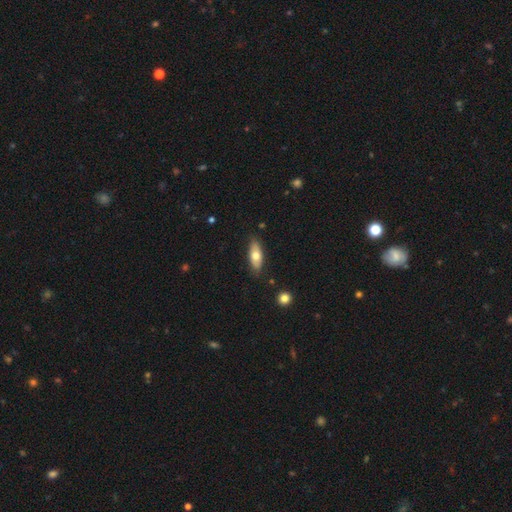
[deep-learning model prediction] Smooth or featured? smooth (67%)
How rounded? in between (74%)
Merging? none (83%)